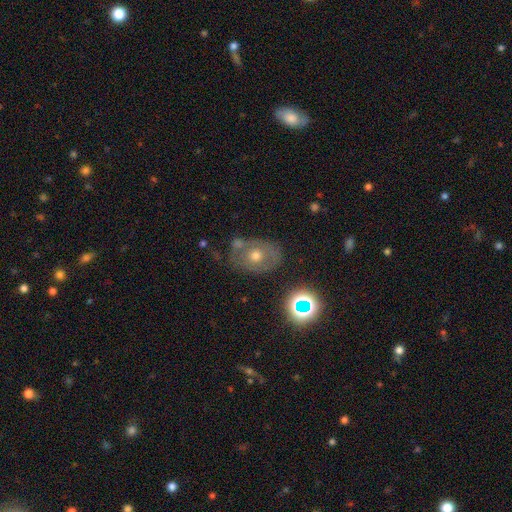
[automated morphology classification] This is possibly a featured or disk galaxy (46%). Merging: likely none (67%).